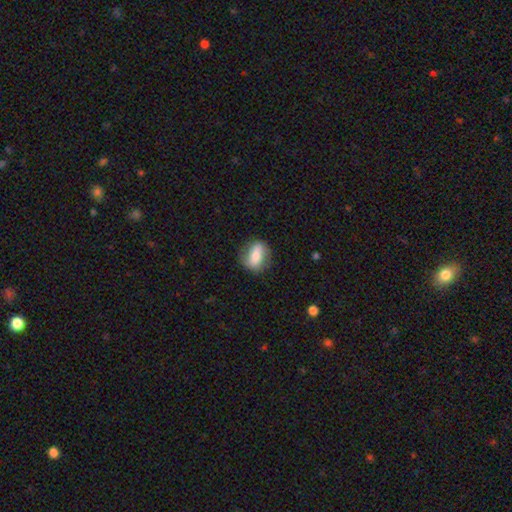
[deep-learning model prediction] Smooth or featured: smooth — 64% (featured or disk — 29%)
How rounded: in between — 67% (round — 25%)
Merging: none — 78% (minor disturbance — 16%)